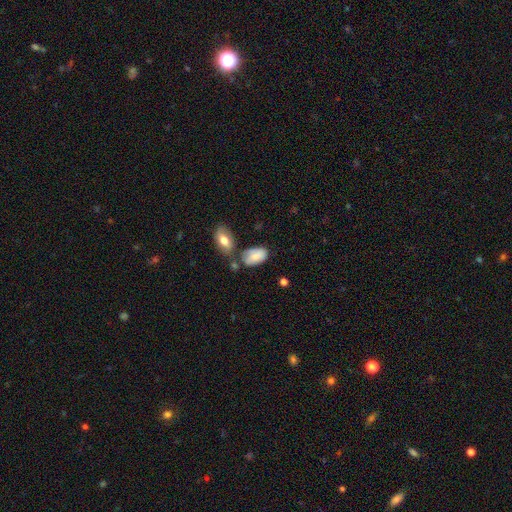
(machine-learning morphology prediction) smooth 77%, featured or disk 16%, star or artifact 7%. Down the decision tree: how rounded — in between (94%); merging — none (50%).